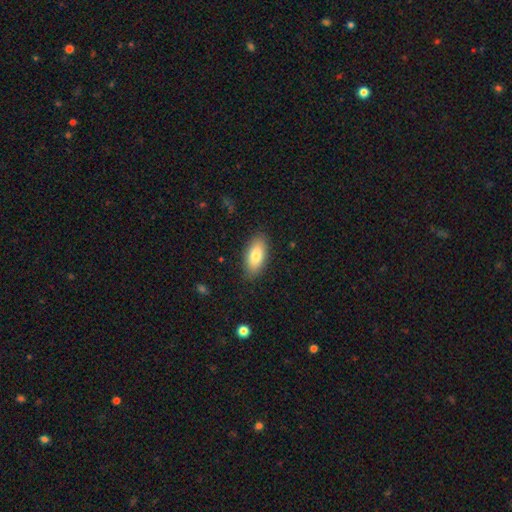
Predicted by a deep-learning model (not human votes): smooth 80%, featured or disk 13%, star or artifact 7%. Down the decision tree: how rounded — in between (89%); merging — none (87%).